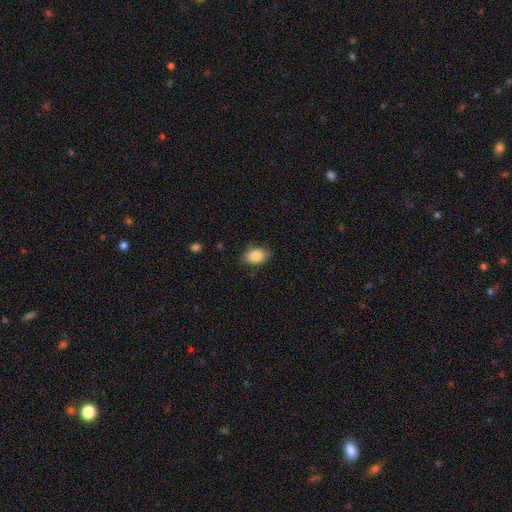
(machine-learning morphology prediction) A smooth galaxy with no disk features (87%) that is in between round and cigar-shaped (81%).

Vote fractions:
- Smooth or featured? smooth: 87% / star or artifact: 8% / featured or disk: 6%
- How rounded? in between: 81% / round: 18% / cigar-shaped: 1%
- Merging? none: 79% / minor disturbance: 17% / major disturbance: 4% / merger: 1%